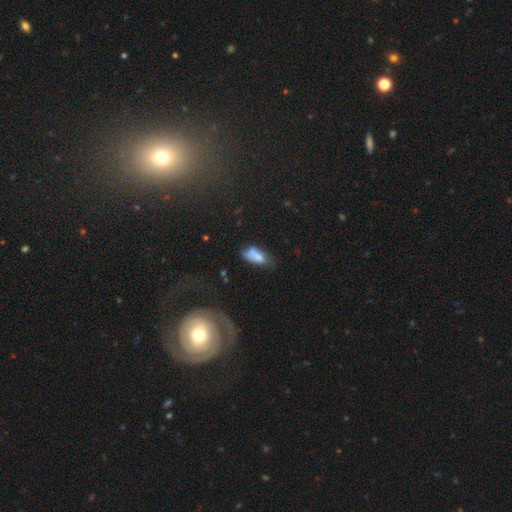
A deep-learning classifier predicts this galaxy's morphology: A smooth galaxy with no disk features (74%) that is in between round and cigar-shaped (86%).

Vote fractions:
- Smooth or featured? smooth: 74% / featured or disk: 16% / star or artifact: 10%
- How rounded? in between: 86% / cigar-shaped: 10% / round: 4%
- Merging? none: 37% / minor disturbance: 32% / major disturbance: 16% / merger: 15%